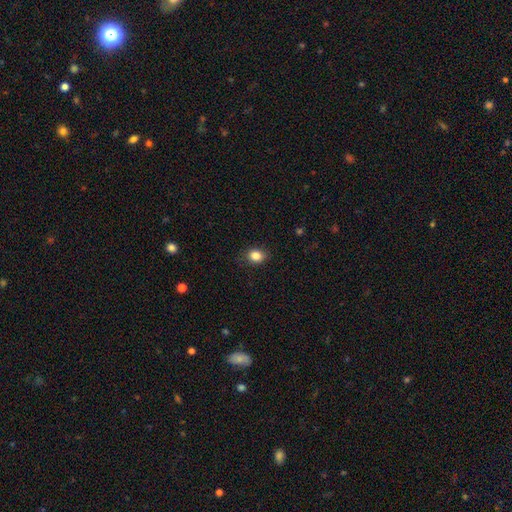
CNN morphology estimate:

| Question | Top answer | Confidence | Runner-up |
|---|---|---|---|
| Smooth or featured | smooth | 85% | star or artifact (10%) |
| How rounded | round | 50% | in between (49%) |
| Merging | none | 84% | minor disturbance (12%) |